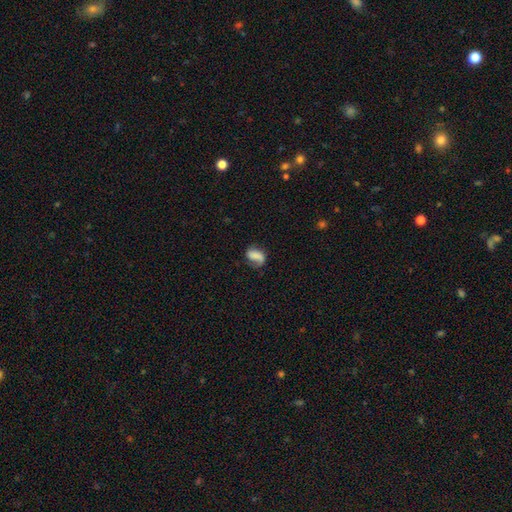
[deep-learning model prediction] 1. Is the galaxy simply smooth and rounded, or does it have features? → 52% smooth, 38% featured or disk, 10% star or artifact.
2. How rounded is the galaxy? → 79% in between, 17% round, 4% cigar-shaped.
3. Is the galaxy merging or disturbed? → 52% none, 27% minor disturbance, 19% major disturbance, 3% merger.